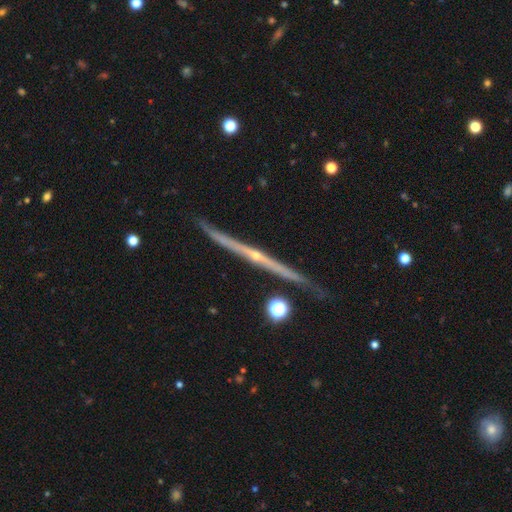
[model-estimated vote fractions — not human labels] featured or disk 87%, smooth 8%, star or artifact 5%. Down the decision tree: edge-on disk — yes (98%); edge-on bulge — rounded (72%); merging — none (85%).